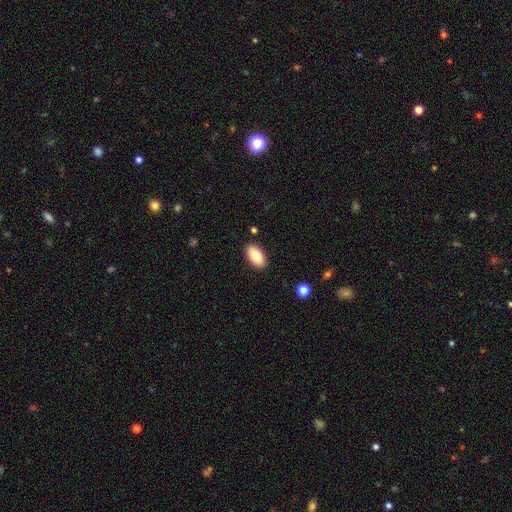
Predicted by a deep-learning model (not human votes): Overall: smooth (82%). How rounded: in between (93%). Merging: none (88%).